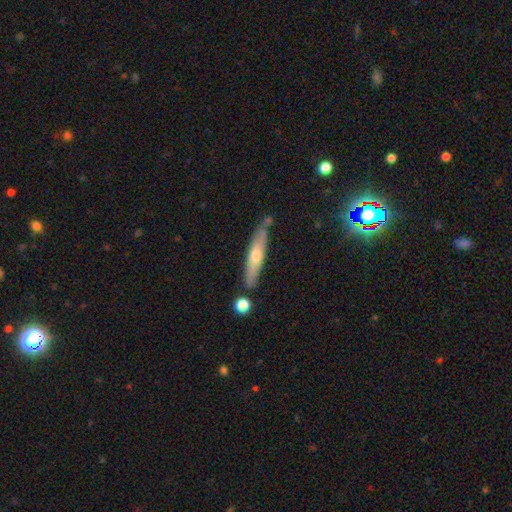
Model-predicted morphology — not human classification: Q: Smooth or featured?
A: smooth (47%); tied with: featured or disk (47%)
Q: Merging?
A: none (77%); runner-up: minor disturbance (14%)